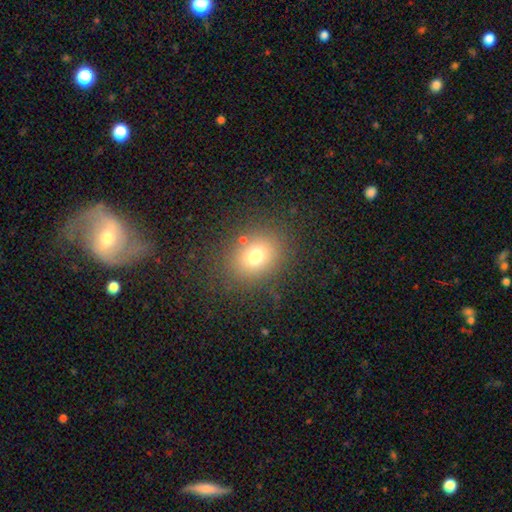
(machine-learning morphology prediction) Overall: smooth (72%). How rounded: round (60%; in between 39%). Merging: none (81%).